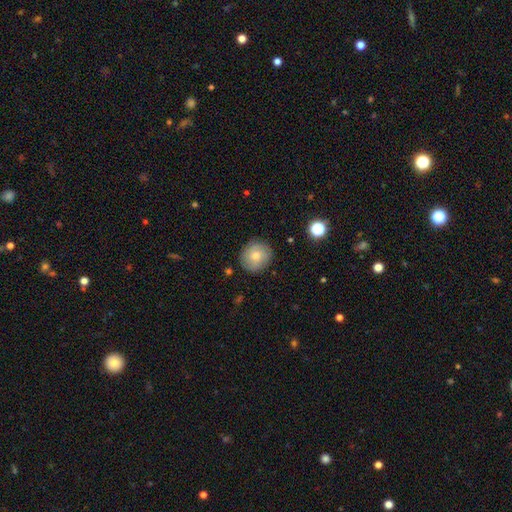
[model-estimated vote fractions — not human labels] A smooth galaxy with no disk features (66%) that is round (86%).

Vote fractions:
- Smooth or featured? smooth: 66% / featured or disk: 25% / star or artifact: 9%
- How rounded? round: 86% / in between: 13% / cigar-shaped: 1%
- Merging? none: 85% / minor disturbance: 11% / major disturbance: 3% / merger: 1%